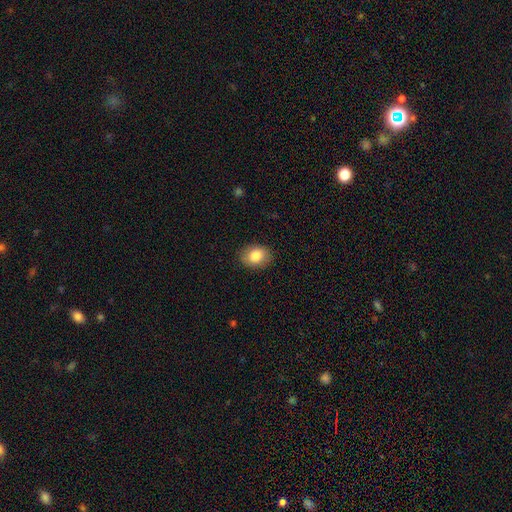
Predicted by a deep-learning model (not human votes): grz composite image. It shows a smooth galaxy with no disk features (84%) that is in between round and cigar-shaped (67%). Merging: none (88%).